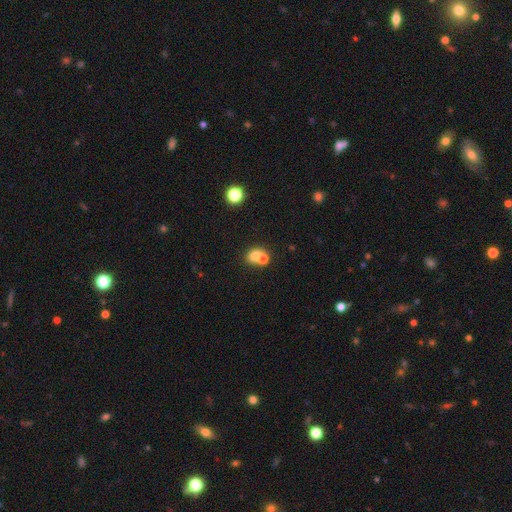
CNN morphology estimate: Smooth or featured: smooth — 71% (featured or disk — 16%)
How rounded: round — 67% (in between — 32%)
Merging: merger — 52% (none — 38%)